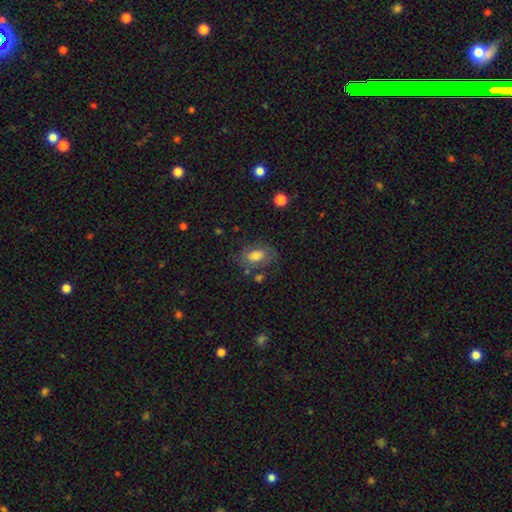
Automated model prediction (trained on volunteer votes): A smooth galaxy with no disk features (58%) that is in between round and cigar-shaped (85%).

Vote fractions:
- Smooth or featured? smooth: 58% / featured or disk: 33% / star or artifact: 9%
- How rounded? in between: 85% / round: 12% / cigar-shaped: 3%
- Merging? none: 65% / minor disturbance: 20% / major disturbance: 10% / merger: 4%